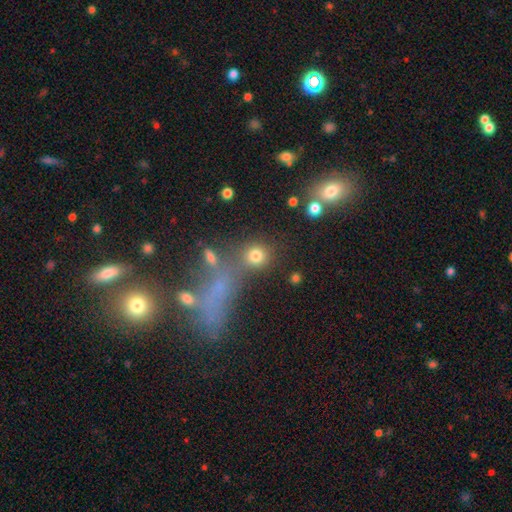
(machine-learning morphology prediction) A smooth galaxy with no disk features (78%) that is round (84%).

Vote fractions:
- Smooth or featured? smooth: 78% / star or artifact: 14% / featured or disk: 9%
- How rounded? round: 84% / in between: 14% / cigar-shaped: 2%
- Merging? none: 64% / merger: 20% / minor disturbance: 10% / major disturbance: 6%